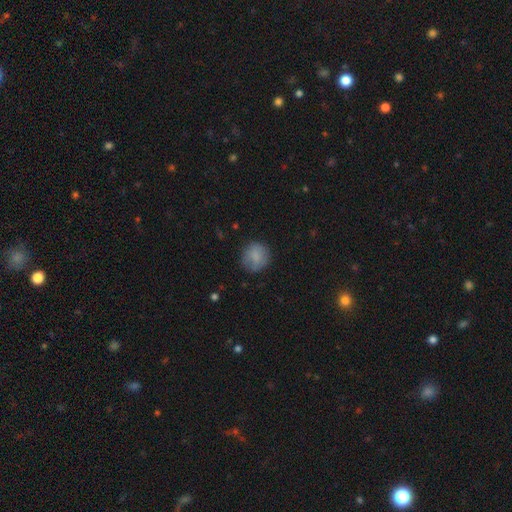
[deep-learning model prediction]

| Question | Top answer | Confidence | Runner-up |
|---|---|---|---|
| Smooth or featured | smooth | 80% | featured or disk (12%) |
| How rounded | round | 86% | in between (13%) |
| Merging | none | 75% | minor disturbance (18%) |